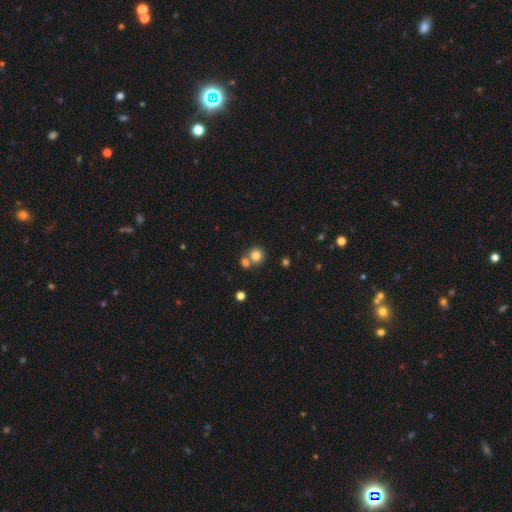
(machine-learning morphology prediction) A smooth galaxy with no disk features (81%) that is round (88%). Merging: none (56%).